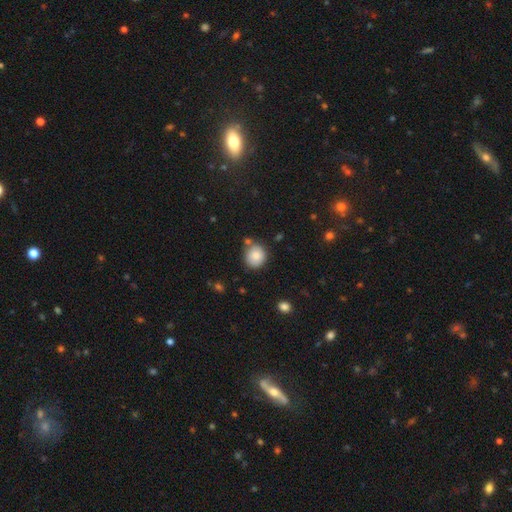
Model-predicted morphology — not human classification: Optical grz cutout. It shows a smooth galaxy with no disk features (84%) that is round (82%). Merging: none (74%).